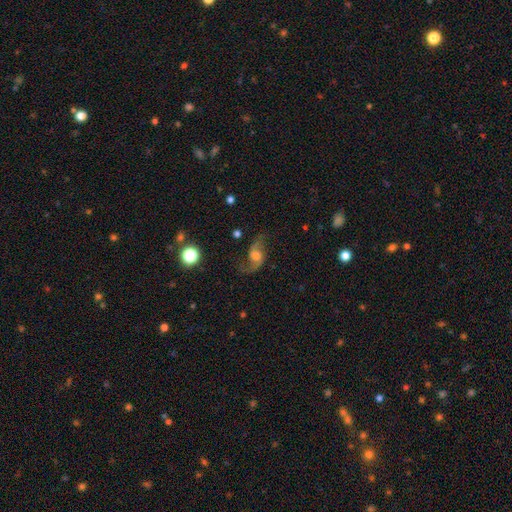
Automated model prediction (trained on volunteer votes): This is clearly a featured or disk galaxy (81%). It is clearly not viewed edge-on (96%). Bar: likely no (62%). Spiral arm pattern: clearly yes (95%). Spiral arm count: clearly 2 (91%). Spiral winding: likely loose (80%). Central bulge: likely moderate (60%). Merging: likely none (68%).